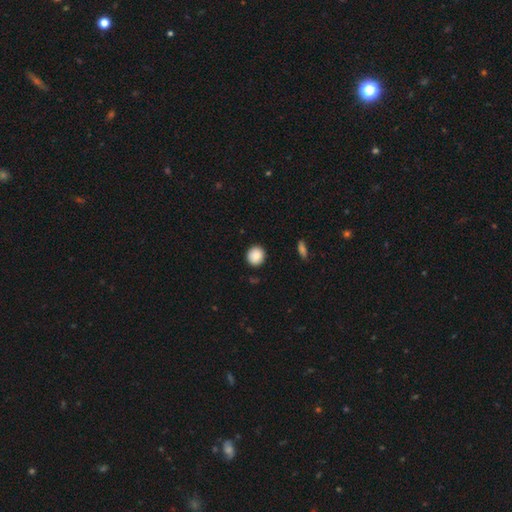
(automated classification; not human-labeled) Q: Smooth or featured?
A: smooth (88%); runner-up: star or artifact (8%)
Q: How rounded?
A: round (87%); runner-up: in between (12%)
Q: Merging?
A: none (90%); runner-up: minor disturbance (7%)